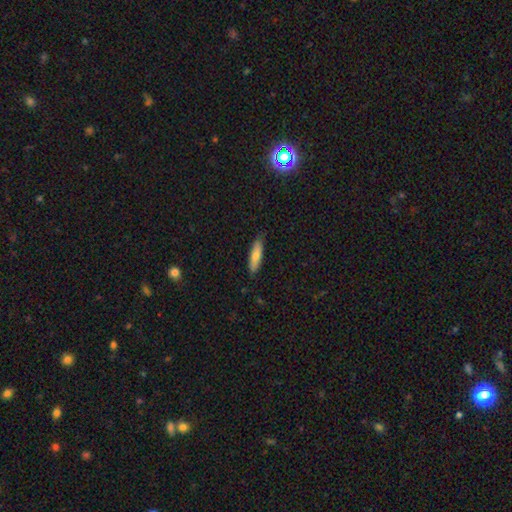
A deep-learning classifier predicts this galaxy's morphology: Smooth or featured: smooth — 74% (featured or disk — 20%)
How rounded: cigar-shaped — 70% (in between — 29%)
Merging: none — 86% (minor disturbance — 11%)